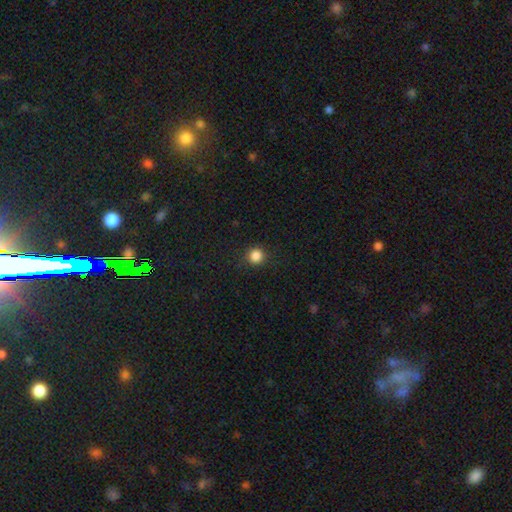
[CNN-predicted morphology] Smooth or featured: smooth — 85% (star or artifact — 12%)
How rounded: round — 94% (in between — 5%)
Merging: none — 90% (minor disturbance — 7%)